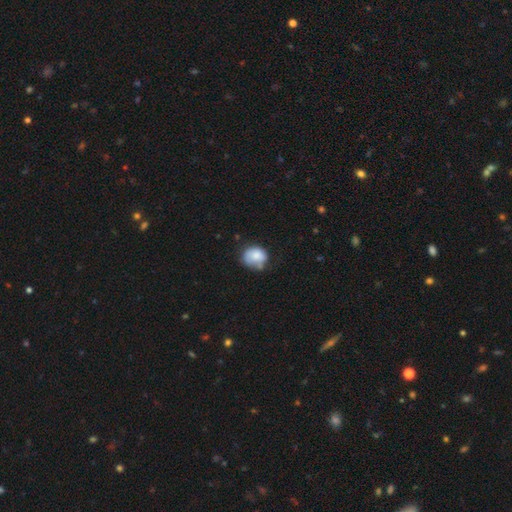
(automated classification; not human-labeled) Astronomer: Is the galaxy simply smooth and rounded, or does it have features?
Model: smooth — 77%.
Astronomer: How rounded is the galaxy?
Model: round — 64%.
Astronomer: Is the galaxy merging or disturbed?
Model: none — 47% (runner-up: minor disturbance, 34%).